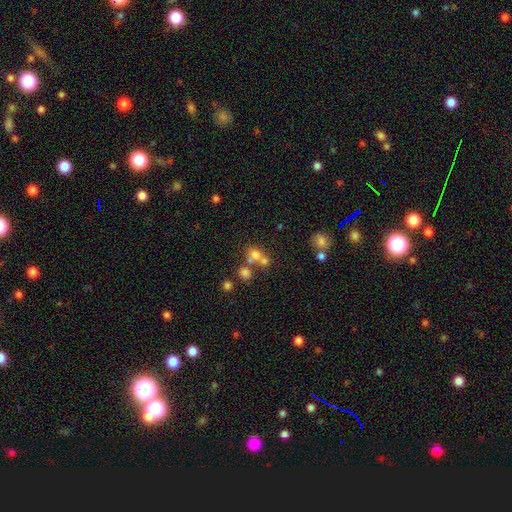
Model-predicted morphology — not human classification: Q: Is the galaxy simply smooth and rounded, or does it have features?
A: smooth — 63%.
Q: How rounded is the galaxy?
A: round — 76%.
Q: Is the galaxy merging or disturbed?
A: merger — 47%.